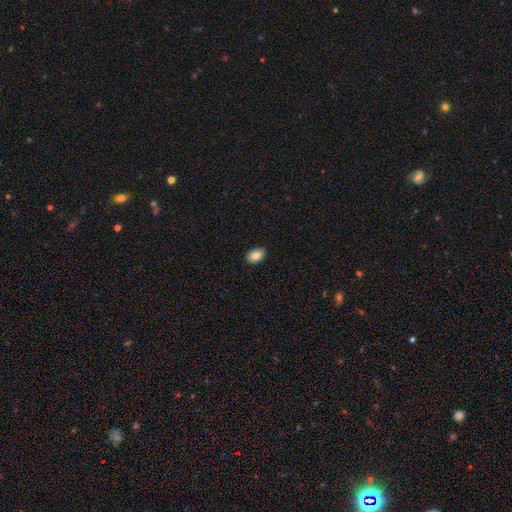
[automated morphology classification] smooth 83%, featured or disk 9%, star or artifact 8%. Down the decision tree: how rounded — in between (86%); merging — none (89%).